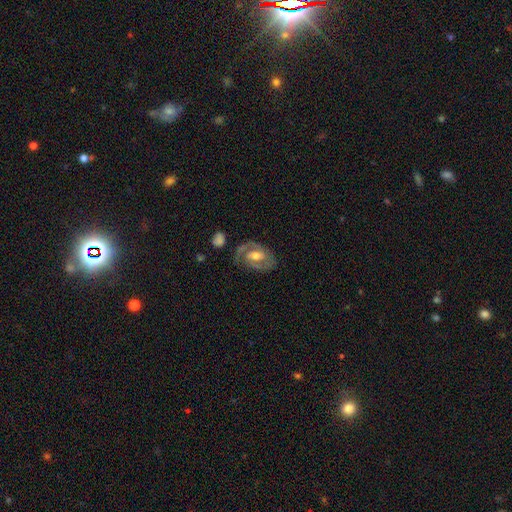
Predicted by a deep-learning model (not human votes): The model was most divided on "spiral winding": medium: 45%, tight: 42%, loose: 12%. Remaining: edge-on disk — no (96%); spiral arms — yes (90%); smooth or featured — featured or disk (81%); spiral arm count — 2 (80%); merging — none (71%); bulge size — moderate (68%); bar — weak (46%).